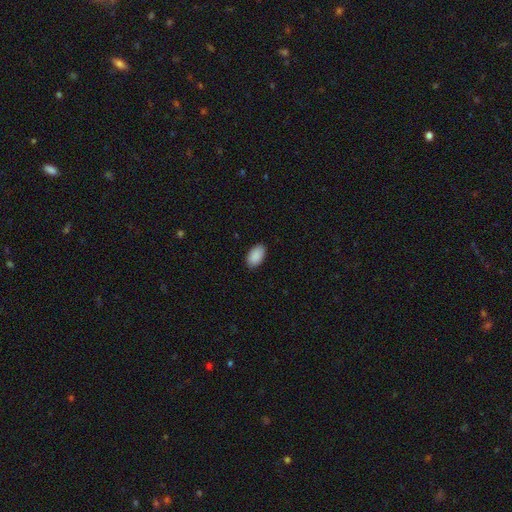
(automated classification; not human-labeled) Smooth or featured? Predicted: smooth (p=0.91). How rounded? Predicted: in between (p=0.95). Merging? Predicted: none (p=0.88).